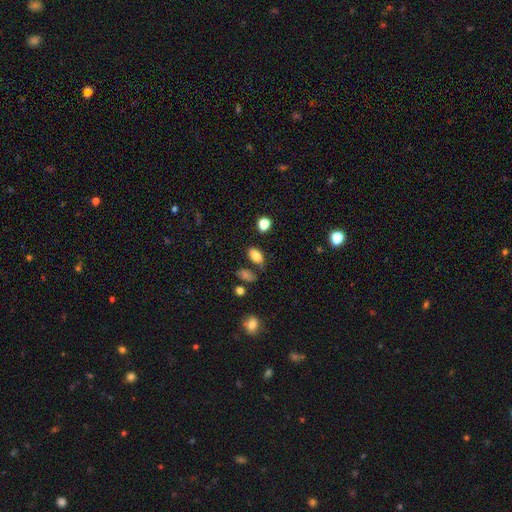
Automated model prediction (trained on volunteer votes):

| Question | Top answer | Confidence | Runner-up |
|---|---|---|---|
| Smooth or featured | smooth | 83% | star or artifact (10%) |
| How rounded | in between | 90% | round (7%) |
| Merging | none | 68% | minor disturbance (18%) |